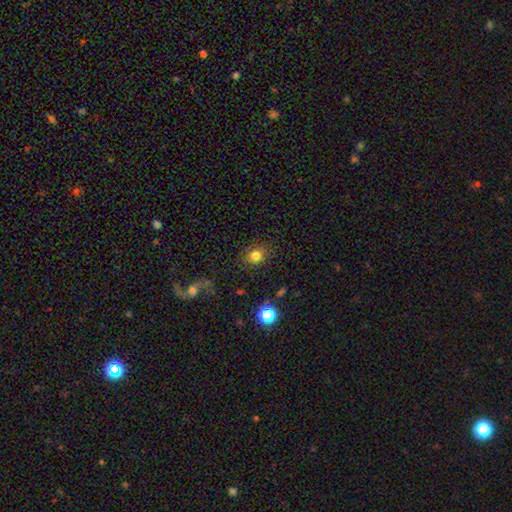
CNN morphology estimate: This appears to be a smooth galaxy with no disk features (79%) that is round (73%). Merging: none (85%).